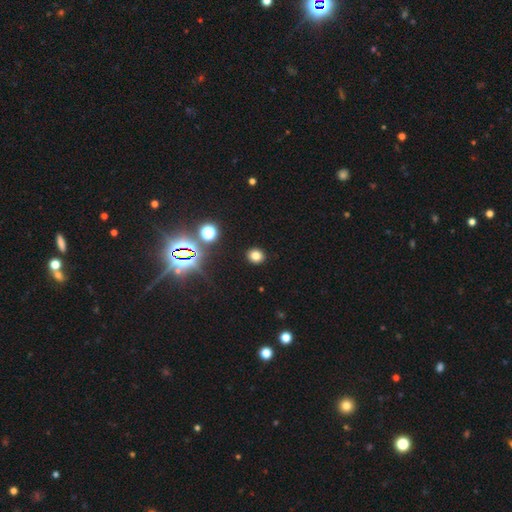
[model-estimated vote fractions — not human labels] Smooth or featured? Predicted: smooth (p=0.76). How rounded? Predicted: round (p=0.72). Merging? Predicted: none (p=0.91).